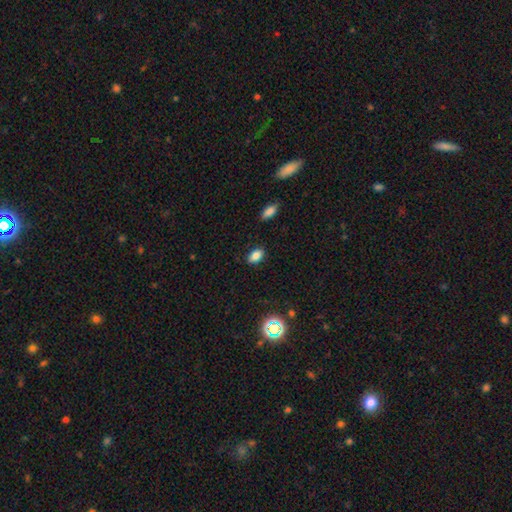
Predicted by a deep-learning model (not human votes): smooth-or-featured: smooth: 82% | star or artifact: 12% | featured or disk: 7%
  how-rounded: in between: 88% | round: 9% | cigar-shaped: 2%
  merging: none: 86% | minor disturbance: 10% | major disturbance: 2% | merger: 2%